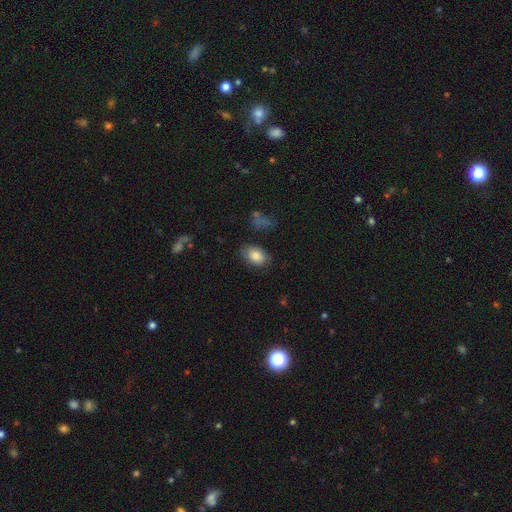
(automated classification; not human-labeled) Smooth or featured? Predicted: smooth (p=0.82). How rounded? Predicted: in between (p=0.87). Merging? Predicted: none (p=0.73).